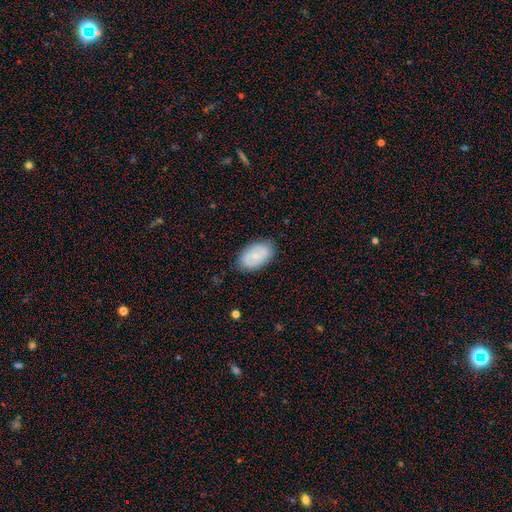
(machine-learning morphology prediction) smooth_or_featured: smooth (p=0.58) [alt: featured or disk p=0.35]
how_rounded: in between (p=0.91) [alt: round p=0.08]
merging: none (p=0.84) [alt: minor disturbance p=0.12]